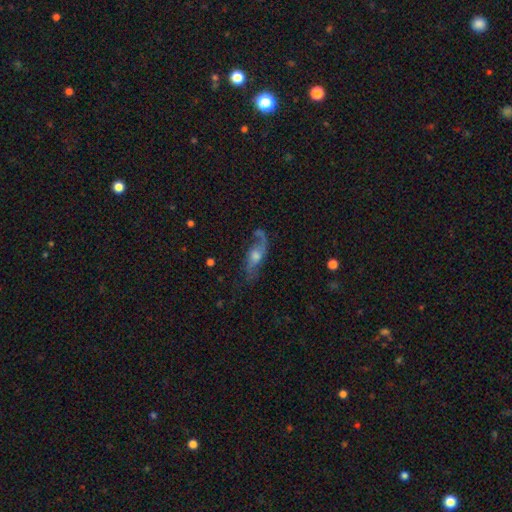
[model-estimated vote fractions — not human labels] This appears to be a featured or disk galaxy (66%). Merging: none (57%).